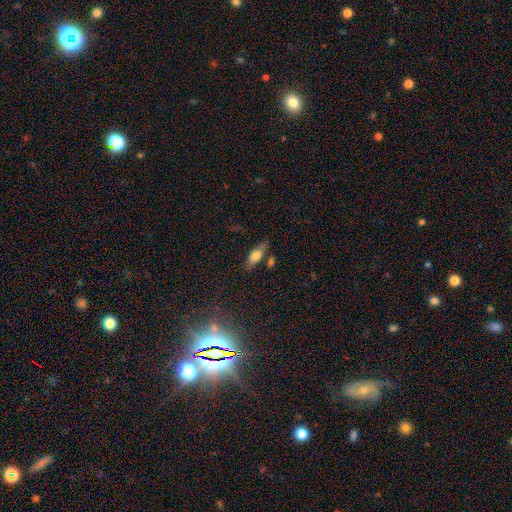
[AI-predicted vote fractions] smooth_or_featured: smooth (p=0.56) [alt: featured or disk p=0.36]
how_rounded: in between (p=0.57) [alt: cigar-shaped p=0.39]
merging: none (p=0.72) [alt: minor disturbance p=0.15]